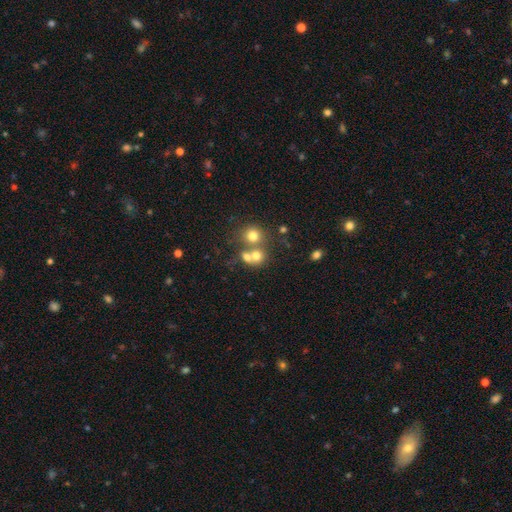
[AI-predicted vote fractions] A smooth galaxy with no disk features (69%) that is round (79%). Merging: merger (48%).